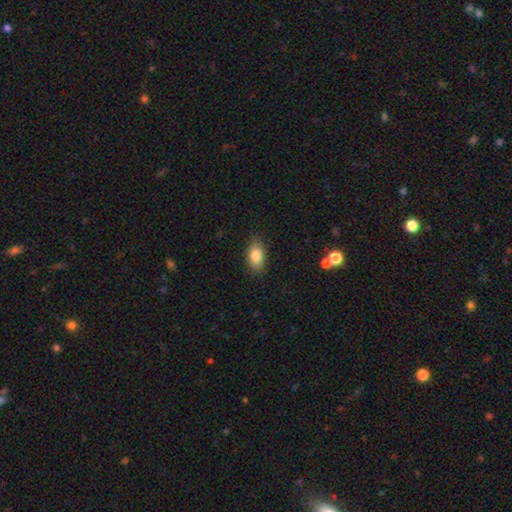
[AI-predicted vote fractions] smooth 83%, featured or disk 9%, star or artifact 8%. Down the decision tree: how rounded — in between (88%); merging — none (86%).